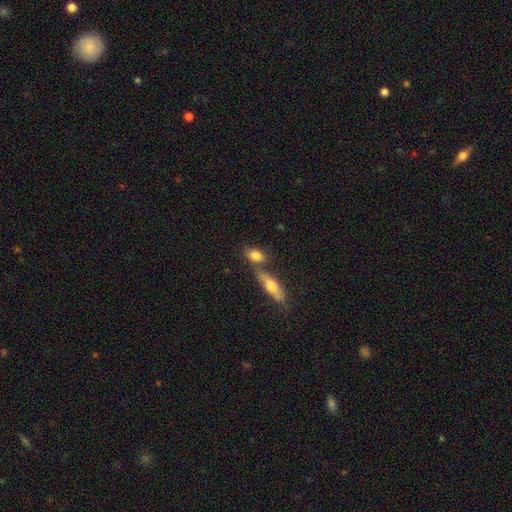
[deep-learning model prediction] Q: Smooth or featured?
A: smooth (78%); runner-up: featured or disk (14%)
Q: How rounded?
A: in between (77%); runner-up: round (12%)
Q: Merging?
A: none (52%); runner-up: merger (33%)